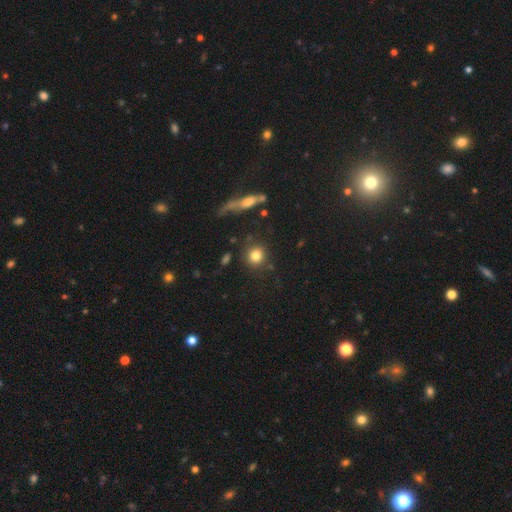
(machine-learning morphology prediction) Smooth or featured?
  - smooth: 81% *
  - star or artifact: 10%
  - featured or disk: 9%
How rounded?
  - round: 86% *
  - in between: 12%
  - cigar-shaped: 2%
Merging?
  - none: 79% *
  - minor disturbance: 10%
  - merger: 6%
  - major disturbance: 5%